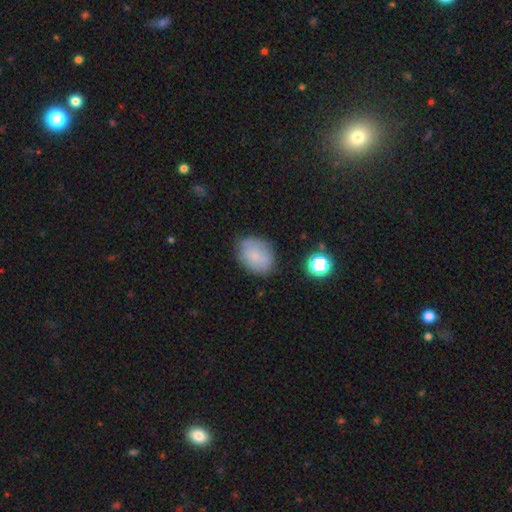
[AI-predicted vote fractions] Smooth or featured: smooth — 77% (featured or disk — 13%)
How rounded: in between — 69% (round — 30%)
Merging: none — 75% (minor disturbance — 18%)